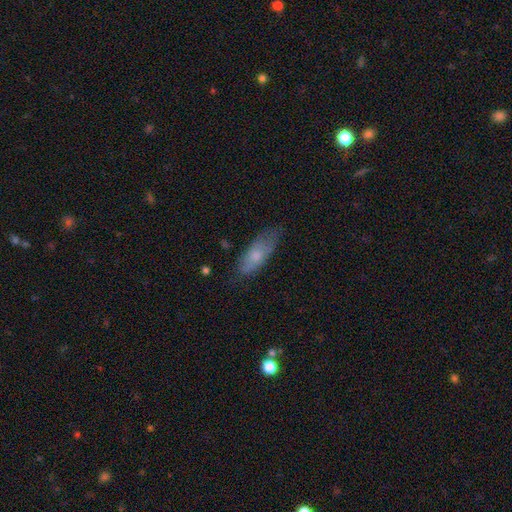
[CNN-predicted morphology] smooth_or_featured: smooth (p=0.68) [alt: featured or disk p=0.26]
how_rounded: in between (p=0.69) [alt: cigar-shaped p=0.29]
merging: none (p=0.61) [alt: minor disturbance p=0.29]